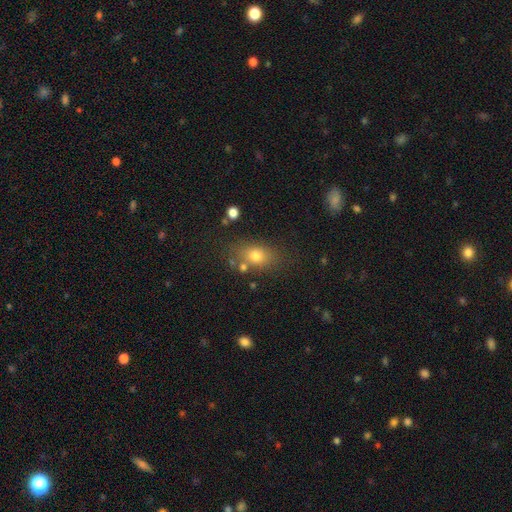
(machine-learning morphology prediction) smooth 74%, featured or disk 13%, star or artifact 13%. Down the decision tree: how rounded — in between (71%); merging — none (72%).